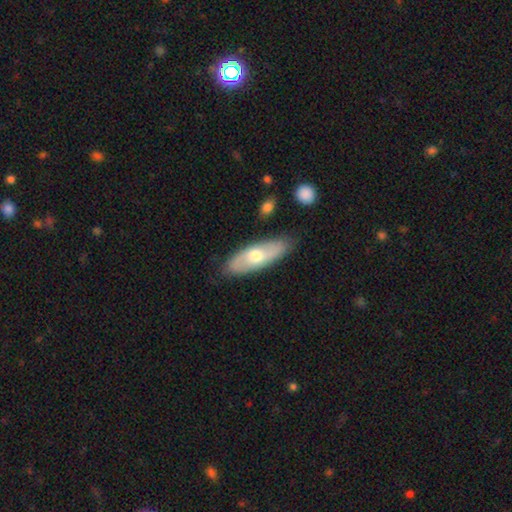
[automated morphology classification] smooth-or-featured: smooth: 49% | featured or disk: 45% | star or artifact: 5%
  merging: none: 82% | minor disturbance: 13% | major disturbance: 3% | merger: 2%